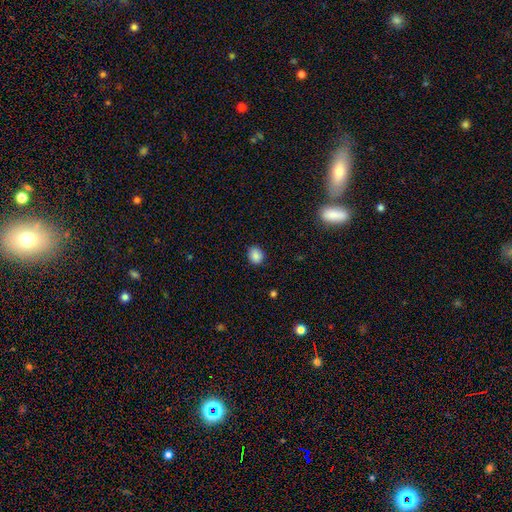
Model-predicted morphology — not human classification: smooth_or_featured: smooth (p=0.87) [alt: star or artifact p=0.09]
how_rounded: round (p=0.69) [alt: in between p=0.30]
merging: none (p=0.87) [alt: minor disturbance p=0.10]